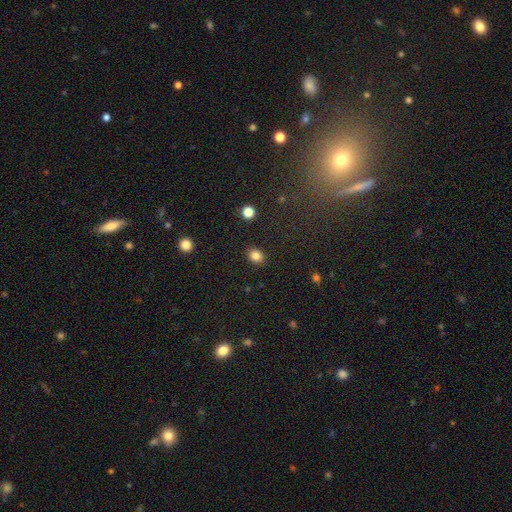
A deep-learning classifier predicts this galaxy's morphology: Smooth or featured? smooth (84%)
How rounded? in between (55%)
Merging? none (89%)